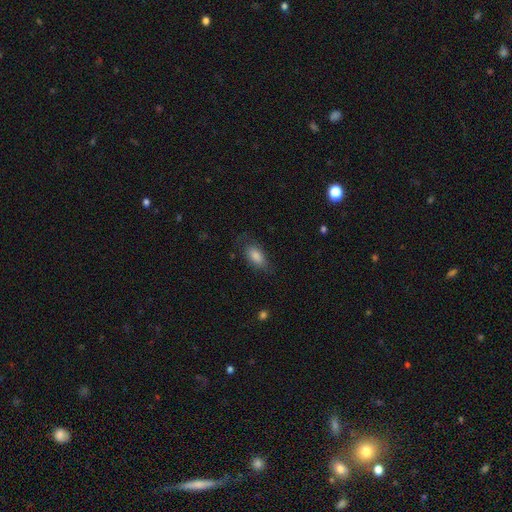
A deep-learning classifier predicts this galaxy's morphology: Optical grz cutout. It shows a smooth galaxy with no disk features (80%) that is in between round and cigar-shaped (87%). Merging: none (71%).